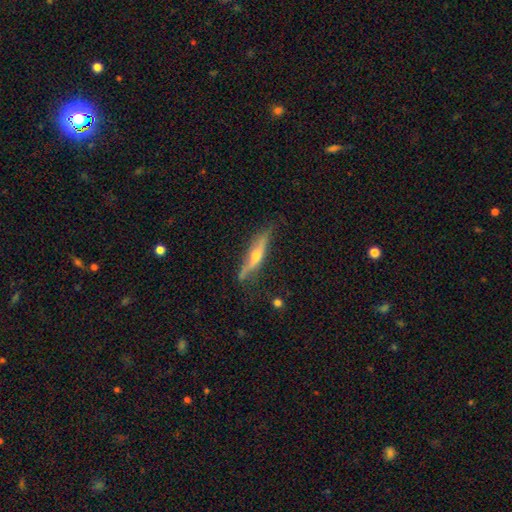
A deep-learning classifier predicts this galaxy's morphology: Q: Smooth or featured?
A: featured or disk (72%); runner-up: smooth (22%)
Q: Edge-on disk?
A: yes (93%); runner-up: no (7%)
Q: Edge-on bulge?
A: rounded (92%); runner-up: none (5%)
Q: Merging?
A: none (76%); runner-up: minor disturbance (18%)